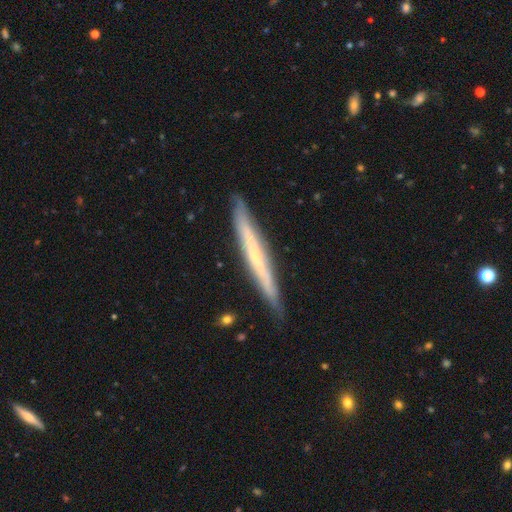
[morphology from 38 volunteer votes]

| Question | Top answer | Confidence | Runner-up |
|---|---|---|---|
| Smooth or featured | featured or disk | 50% | smooth (45%) |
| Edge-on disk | yes | 84% | no (16%) |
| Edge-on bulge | none | 69% | rounded (25%) |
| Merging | none | 83% | minor disturbance (11%) |